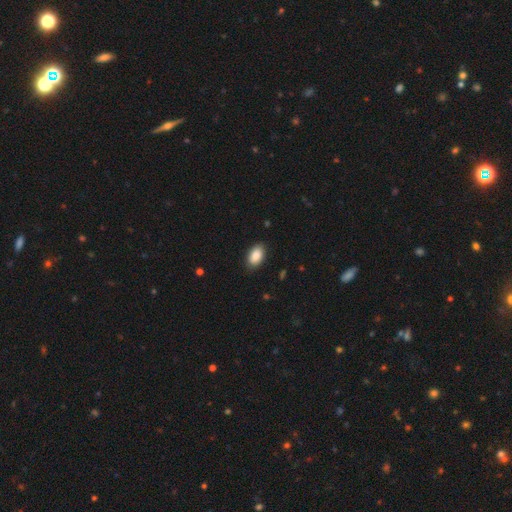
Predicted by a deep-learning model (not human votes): Smooth or featured? smooth (88%)
How rounded? in between (93%)
Merging? none (85%)